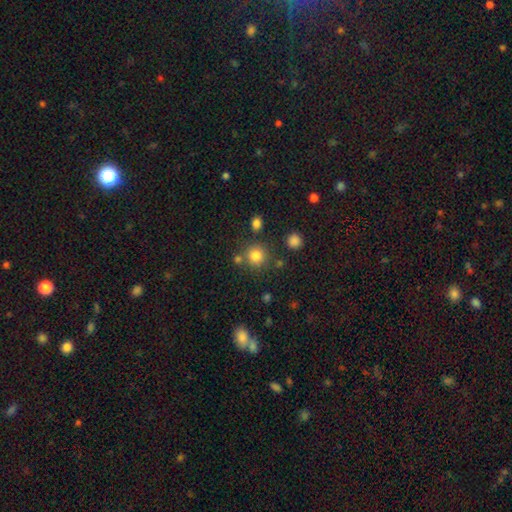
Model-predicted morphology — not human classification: Q: Smooth or featured?
A: smooth (81%); runner-up: star or artifact (13%)
Q: How rounded?
A: round (92%); runner-up: in between (7%)
Q: Merging?
A: none (77%); runner-up: merger (11%)